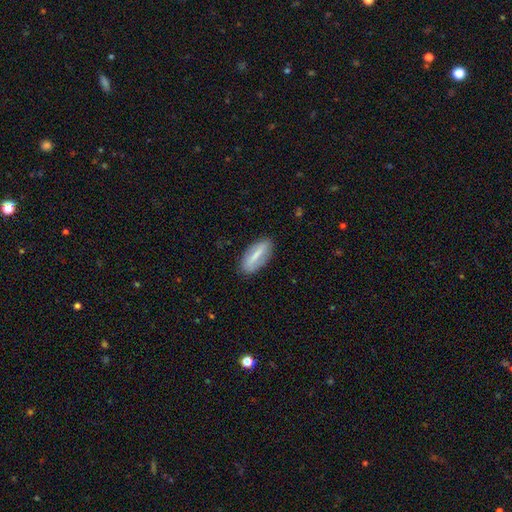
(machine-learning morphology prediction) A smooth galaxy with no disk features (60%) that is in between round and cigar-shaped (65%).

Vote fractions:
- Smooth or featured? smooth: 60% / featured or disk: 34% / star or artifact: 7%
- How rounded? in between: 65% / cigar-shaped: 32% / round: 3%
- Merging? none: 84% / minor disturbance: 12% / major disturbance: 3% / merger: 1%